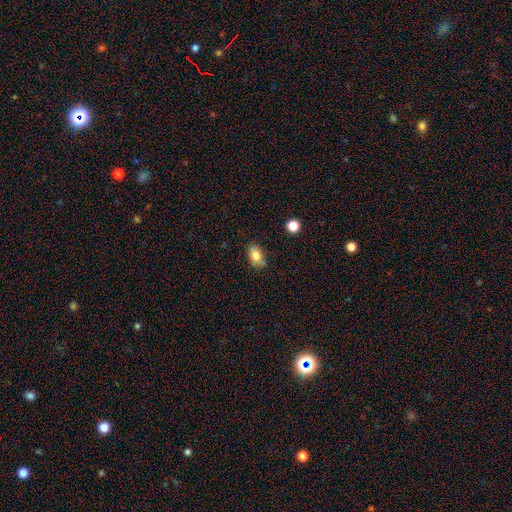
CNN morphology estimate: smooth-or-featured: smooth: 79% | featured or disk: 11% | star or artifact: 9%
  how-rounded: in between: 84% | round: 14% | cigar-shaped: 2%
  merging: none: 70% | minor disturbance: 23% | major disturbance: 4% | merger: 3%